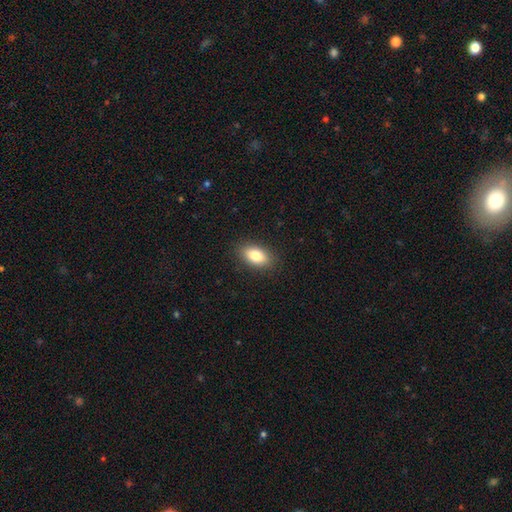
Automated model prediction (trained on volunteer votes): Smooth or featured? Predicted: smooth (p=0.82). How rounded? Predicted: in between (p=0.88). Merging? Predicted: none (p=0.88).